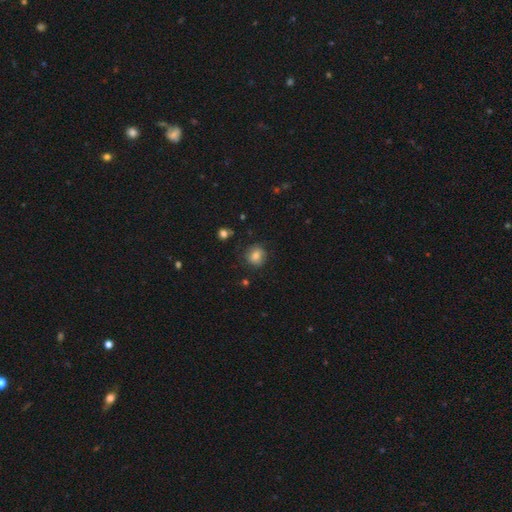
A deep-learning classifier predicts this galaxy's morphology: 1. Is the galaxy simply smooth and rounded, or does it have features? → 74% smooth, 15% featured or disk, 10% star or artifact.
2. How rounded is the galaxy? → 82% round, 17% in between, 1% cigar-shaped.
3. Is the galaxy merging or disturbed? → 78% none, 16% minor disturbance, 5% major disturbance, 2% merger.